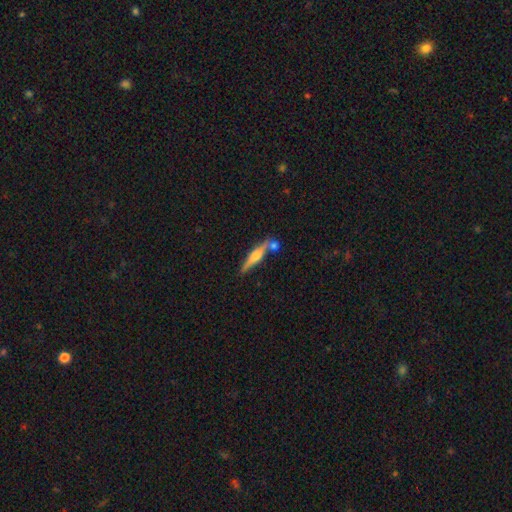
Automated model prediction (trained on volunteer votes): Overall: featured or disk (66%; smooth 27%). Edge-on disk: yes (97%). Edge-on bulge: rounded (85%). Merging: none (71%).